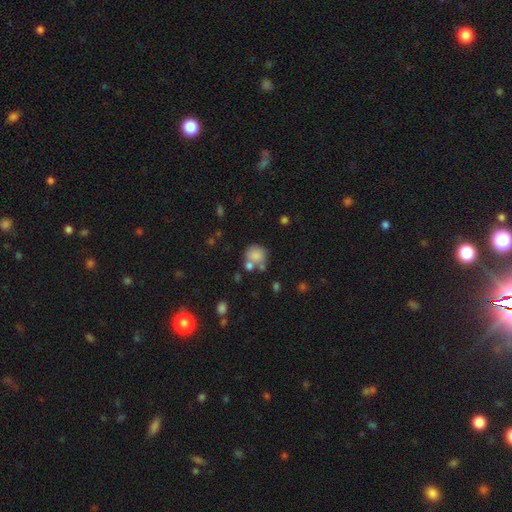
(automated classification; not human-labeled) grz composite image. It shows a smooth galaxy with no disk features (78%) that is round (79%). Merging: none (49%).